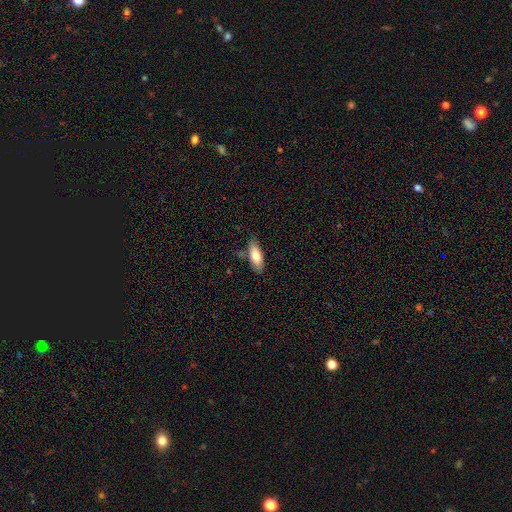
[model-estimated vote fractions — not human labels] smooth-or-featured: smooth: 75% | featured or disk: 18% | star or artifact: 6%
  how-rounded: in between: 69% | cigar-shaped: 29% | round: 2%
  merging: none: 74% | minor disturbance: 18% | merger: 4% | major disturbance: 3%